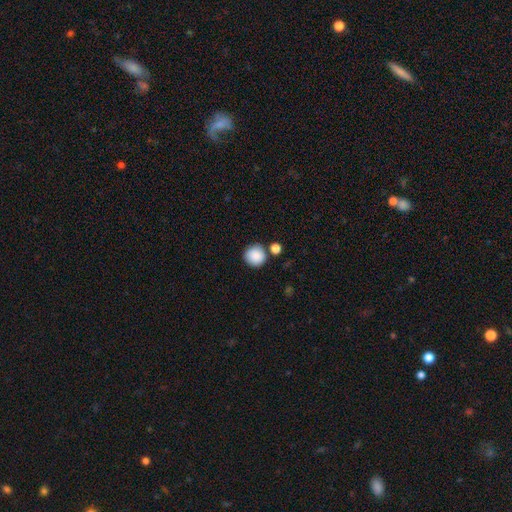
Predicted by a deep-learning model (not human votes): Morphology: type=smooth (88%); roundness=round (93%); merging=none (78%).